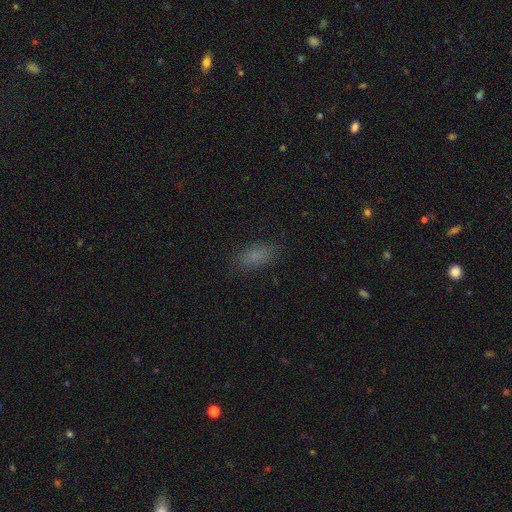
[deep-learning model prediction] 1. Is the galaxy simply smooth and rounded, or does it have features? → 81% smooth, 12% star or artifact, 7% featured or disk.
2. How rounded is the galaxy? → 82% in between, 14% cigar-shaped, 4% round.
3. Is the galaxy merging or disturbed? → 83% none, 12% minor disturbance, 4% major disturbance, 1% merger.